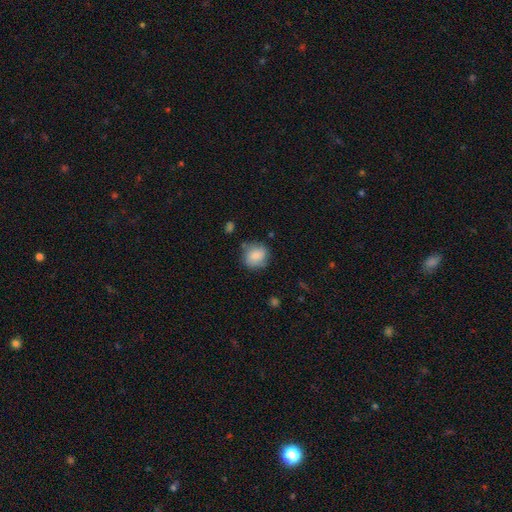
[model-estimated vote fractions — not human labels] This is clearly a smooth galaxy (82%). How rounded: likely round (76%). Merging: likely none (73%).